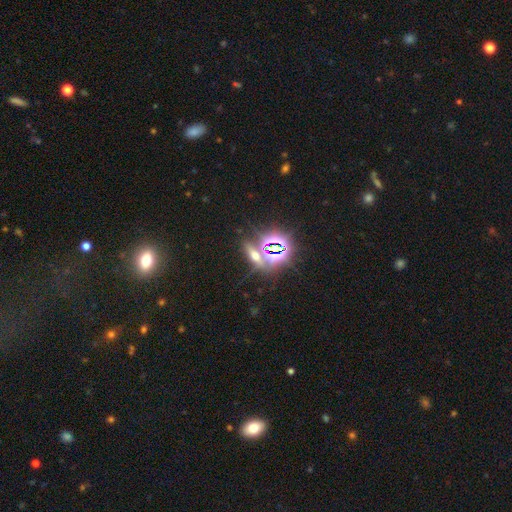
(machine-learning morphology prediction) Overall: star or artifact (51%; smooth 29%).